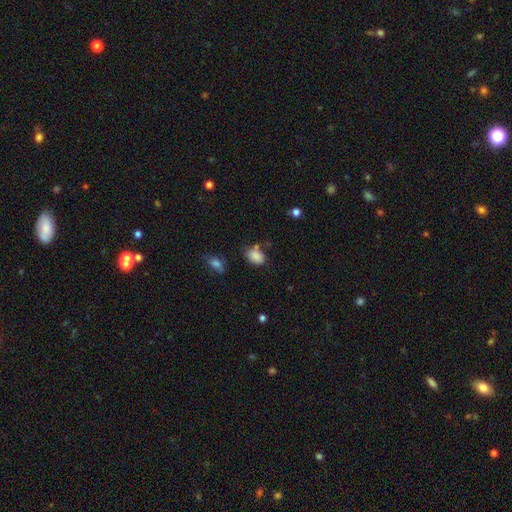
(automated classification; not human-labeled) A smooth galaxy with no disk features (85%) that is in between round and cigar-shaped (81%). Merging: none (63%).